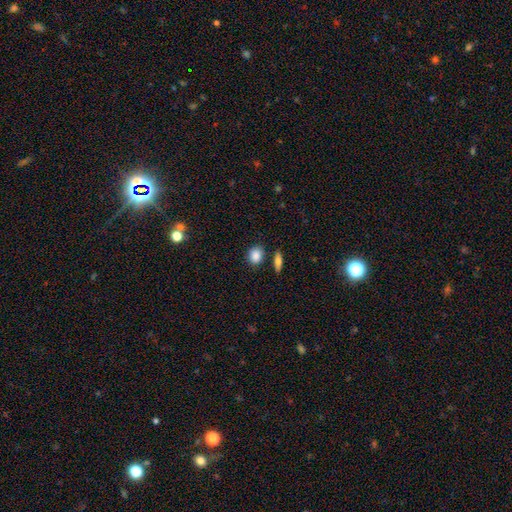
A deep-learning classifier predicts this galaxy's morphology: This is clearly a smooth galaxy (87%). How rounded: possibly round (57%). Merging: clearly none (80%).